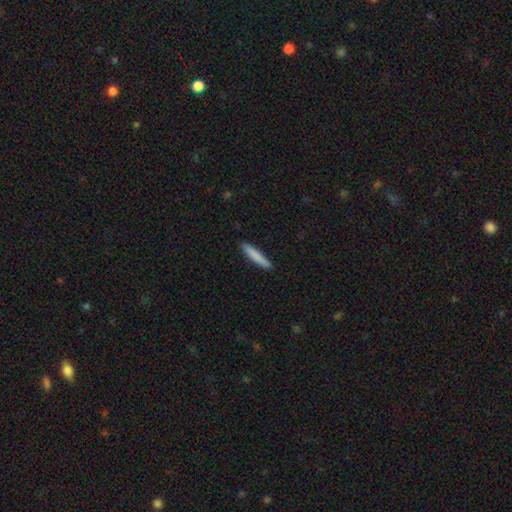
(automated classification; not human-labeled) This is clearly a smooth galaxy (83%). How rounded: clearly cigar-shaped (91%). Merging: clearly none (89%).